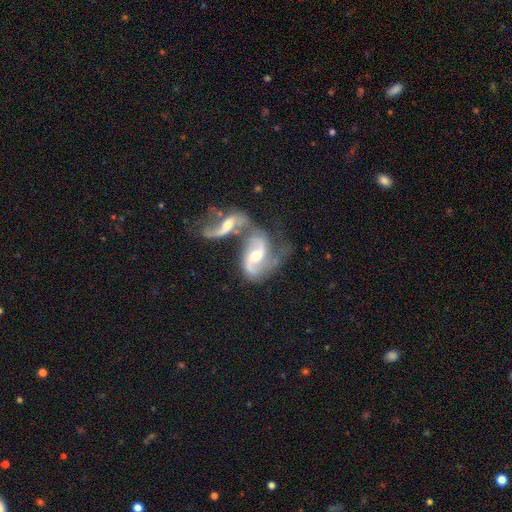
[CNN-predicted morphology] Smooth or featured? Predicted: featured or disk (p=0.87). Edge-on disk? Predicted: no (p=0.97). Bar? Predicted: weak (p=0.47). Spiral arms? Predicted: yes (p=0.95). Spiral winding? Predicted: loose (p=0.55). Spiral arm count? Predicted: 2 (p=0.87). Bulge size? Predicted: moderate (p=0.57). Merging? Predicted: merger (p=0.70).